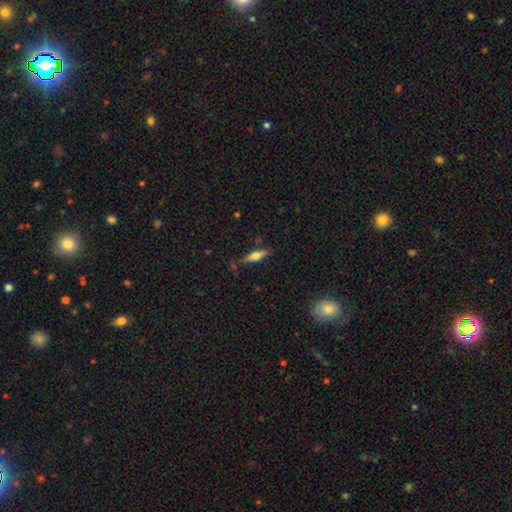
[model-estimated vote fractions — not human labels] Morphology: type=smooth (51%); roundness=cigar-shaped (66%); merging=none (77%).